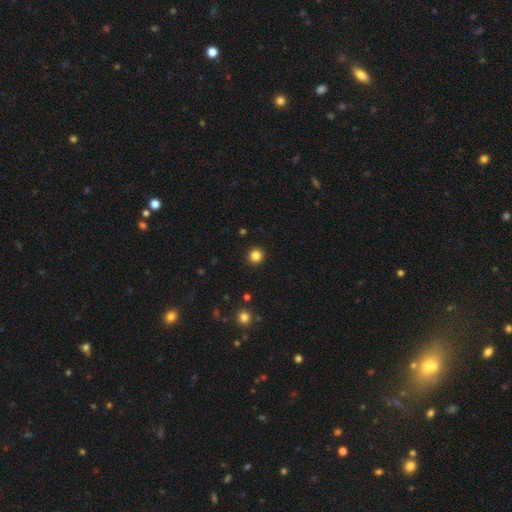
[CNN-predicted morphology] This is clearly a smooth galaxy (84%). How rounded: clearly round (94%). Merging: clearly none (93%).